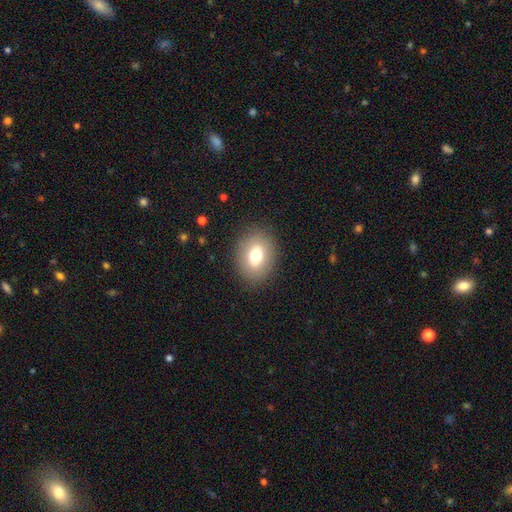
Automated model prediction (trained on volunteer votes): Smooth or featured: smooth — 73% (featured or disk — 16%)
How rounded: in between — 65% (round — 34%)
Merging: none — 87% (minor disturbance — 9%)